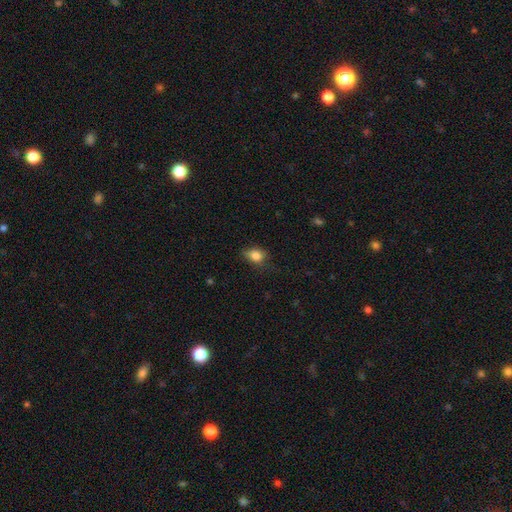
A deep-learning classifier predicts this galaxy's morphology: smooth 83%, star or artifact 10%, featured or disk 7%. Down the decision tree: how rounded — in between (58%); merging — none (62%).